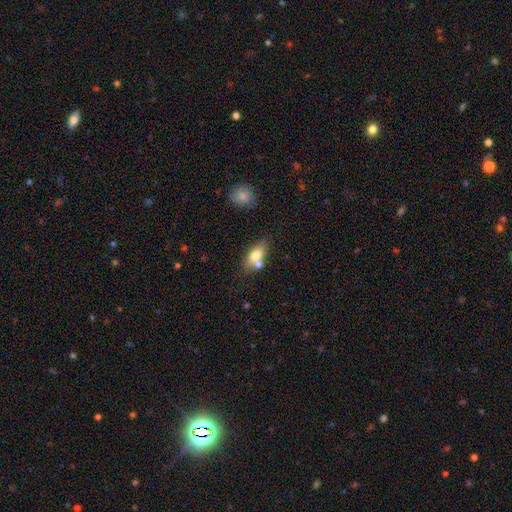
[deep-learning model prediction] smooth_or_featured: smooth (p=0.70) [alt: featured or disk p=0.23]
how_rounded: in between (p=0.80) [alt: cigar-shaped p=0.11]
merging: none (p=0.51) [alt: merger p=0.30]